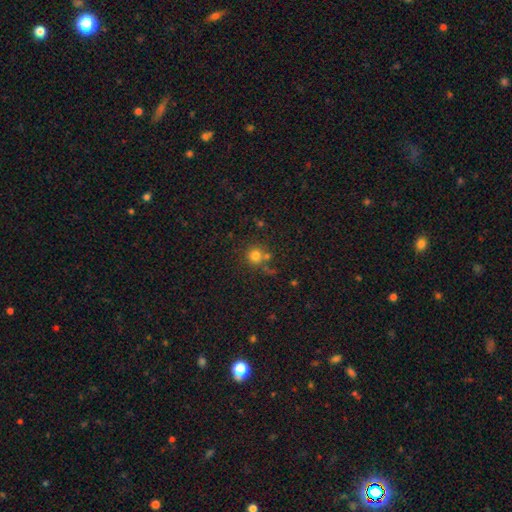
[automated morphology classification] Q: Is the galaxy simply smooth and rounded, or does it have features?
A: smooth — 76%.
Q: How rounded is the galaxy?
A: round — 91%.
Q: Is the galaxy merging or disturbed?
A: none — 65%.